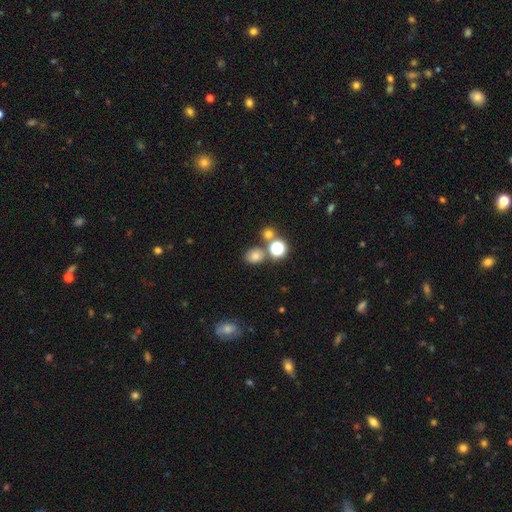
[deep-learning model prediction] Morphology: type=smooth (73%); roundness=round (66%); merging=none (70%).